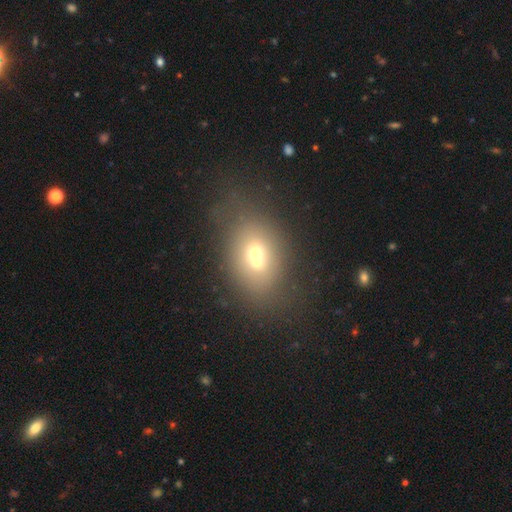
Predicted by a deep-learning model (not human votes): Morphology: type=smooth (59%); roundness=in between (71%); merging=none (41%).